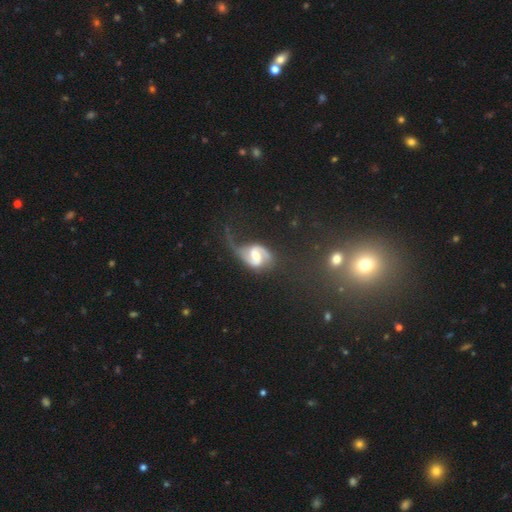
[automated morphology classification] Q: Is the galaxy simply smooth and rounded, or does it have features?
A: featured or disk — 87%.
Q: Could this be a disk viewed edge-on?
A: no — 98%.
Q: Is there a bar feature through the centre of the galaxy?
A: weak — 51%.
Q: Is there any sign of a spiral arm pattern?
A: yes — 97%.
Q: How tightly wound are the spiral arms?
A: medium — 43%.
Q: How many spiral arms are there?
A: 2 — 90%.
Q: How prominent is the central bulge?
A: moderate — 61%.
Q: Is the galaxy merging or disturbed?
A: none — 44%.